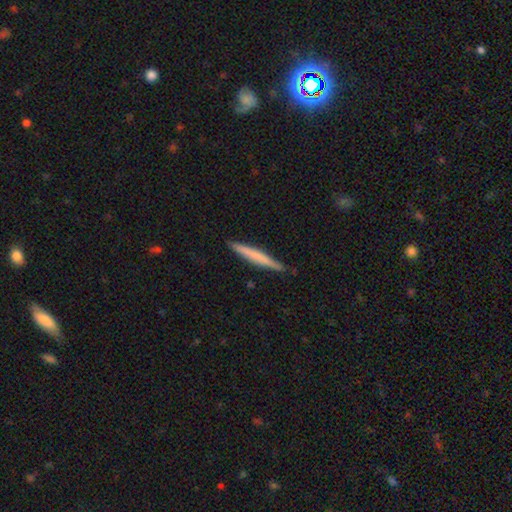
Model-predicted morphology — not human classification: Q: Smooth or featured?
A: smooth (63%); runner-up: featured or disk (32%)
Q: How rounded?
A: cigar-shaped (96%); runner-up: in between (3%)
Q: Merging?
A: none (87%); runner-up: minor disturbance (10%)